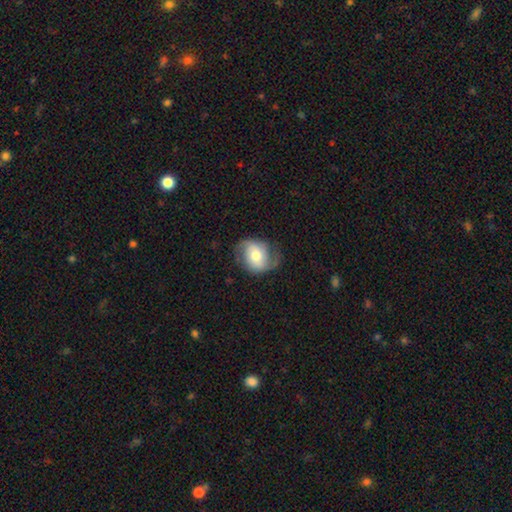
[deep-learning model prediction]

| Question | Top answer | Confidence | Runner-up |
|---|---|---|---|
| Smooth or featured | featured or disk | 65% | smooth (29%) |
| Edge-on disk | no | 97% | yes (3%) |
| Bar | no | 59% | weak (31%) |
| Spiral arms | yes | 88% | no (12%) |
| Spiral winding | medium | 42% | loose (35%) |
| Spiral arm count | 2 | 83% | can't tell (8%) |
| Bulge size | moderate | 67% | small (20%) |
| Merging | none | 63% | minor disturbance (23%) |